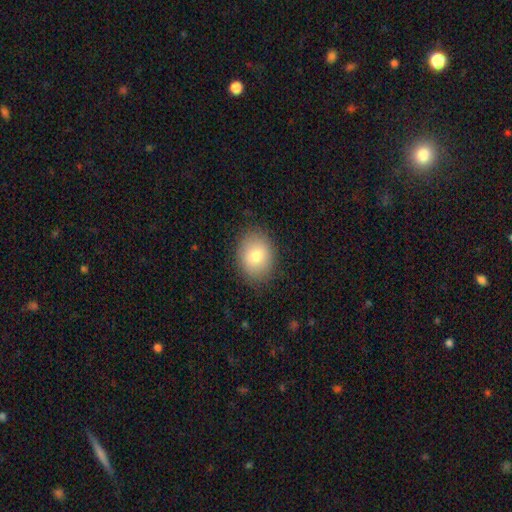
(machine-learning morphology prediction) Smooth or featured?
  - smooth: 77% *
  - featured or disk: 14%
  - star or artifact: 9%
How rounded?
  - in between: 53% *
  - round: 46%
  - cigar-shaped: 1%
Merging?
  - none: 85% *
  - minor disturbance: 11%
  - major disturbance: 3%
  - merger: 1%